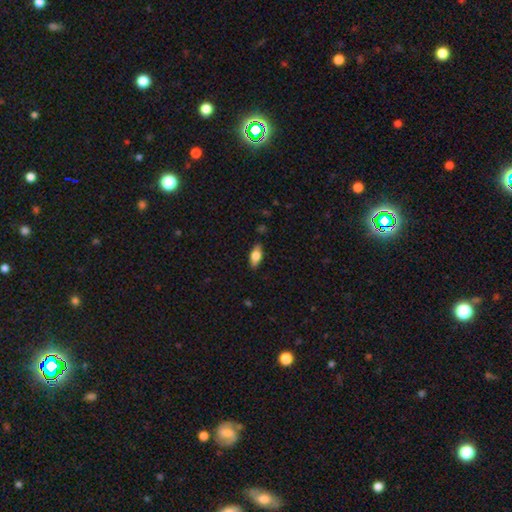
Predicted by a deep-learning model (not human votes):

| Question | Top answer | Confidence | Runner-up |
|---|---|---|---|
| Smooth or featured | smooth | 74% | featured or disk (19%) |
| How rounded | in between | 83% | cigar-shaped (14%) |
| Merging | none | 86% | minor disturbance (11%) |